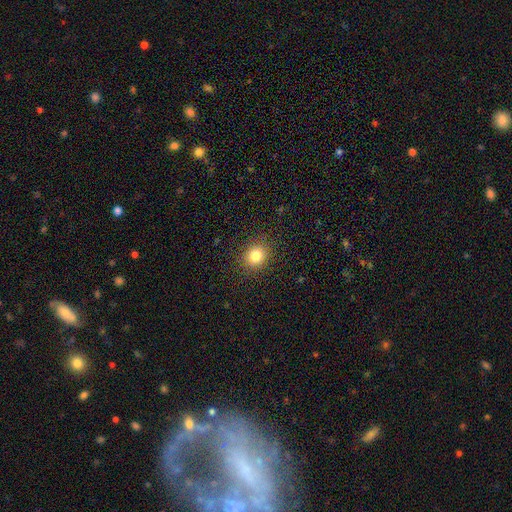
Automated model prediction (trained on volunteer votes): A smooth galaxy with no disk features (82%) that is round (74%). Merging: none (88%).